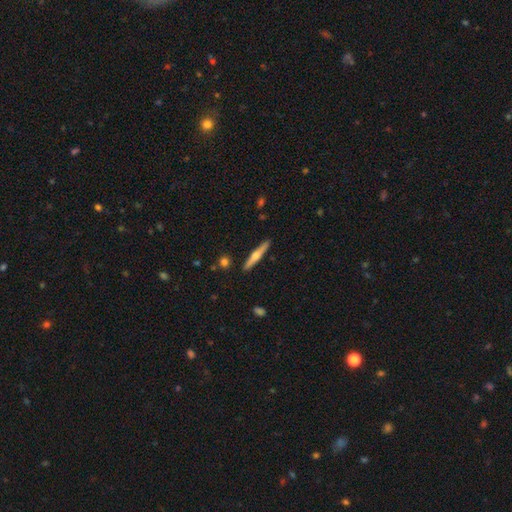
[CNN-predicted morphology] type=featured or disk (63%); edge-on=yes (97%); edge-on bulge=rounded (93%); merging=none (91%).